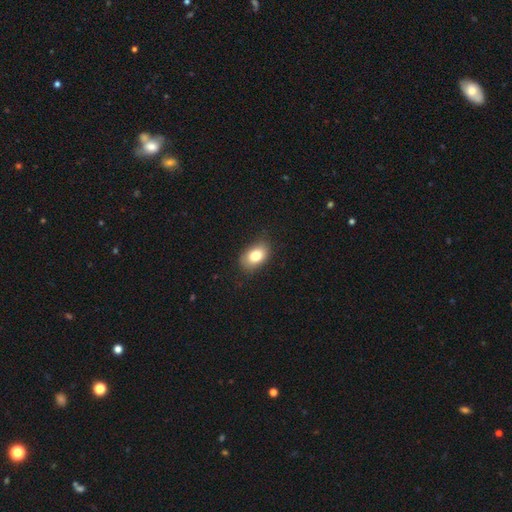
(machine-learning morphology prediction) Smooth or featured? smooth (79%)
How rounded? in between (82%)
Merging? none (81%)